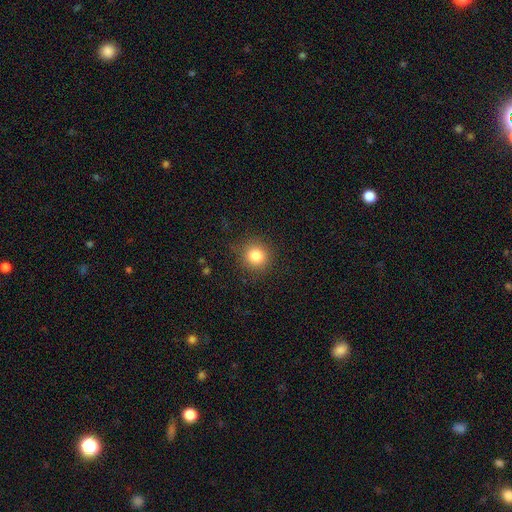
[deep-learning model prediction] smooth-or-featured: smooth: 83% | star or artifact: 11% | featured or disk: 6%
  how-rounded: round: 92% | in between: 7% | cigar-shaped: 1%
  merging: none: 87% | minor disturbance: 9% | major disturbance: 3% | merger: 1%